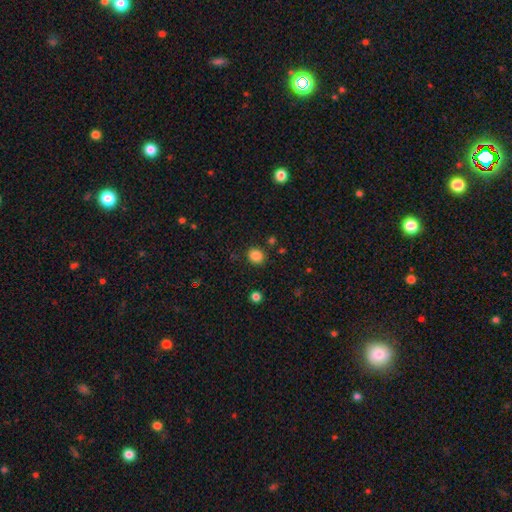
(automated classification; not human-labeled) smooth-or-featured: smooth: 85% | star or artifact: 11% | featured or disk: 4%
  how-rounded: round: 71% | in between: 28% | cigar-shaped: 1%
  merging: none: 86% | minor disturbance: 8% | major disturbance: 3% | merger: 3%